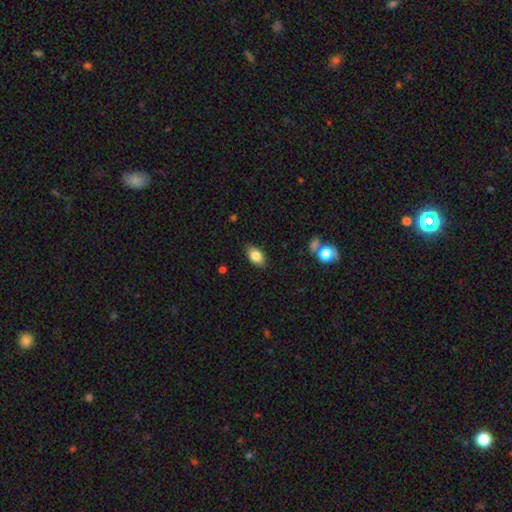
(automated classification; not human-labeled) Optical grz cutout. It shows a smooth galaxy with no disk features (81%) that is in between round and cigar-shaped (87%). Merging: none (85%).